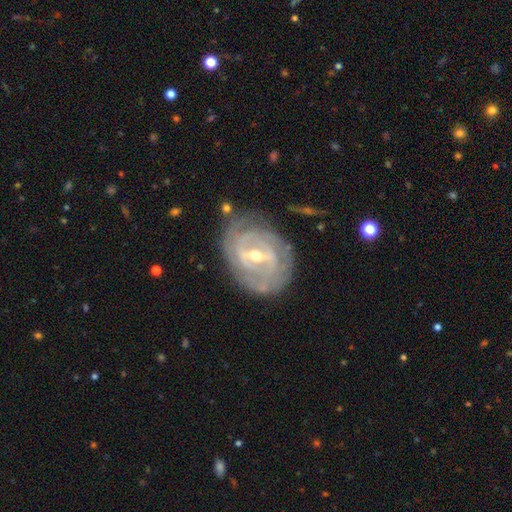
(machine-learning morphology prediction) The model was most divided on "spiral arm count": can't tell: 33%, 2: 32%, 3: 18%, 4: 9%, 1: 5%, more than 4: 4%. Remaining: edge-on disk — no (96%); spiral arms — yes (92%); smooth or featured — featured or disk (88%); merging — none (73%); spiral winding — tight (72%); bulge size — moderate (50%); bar — weak (45%).